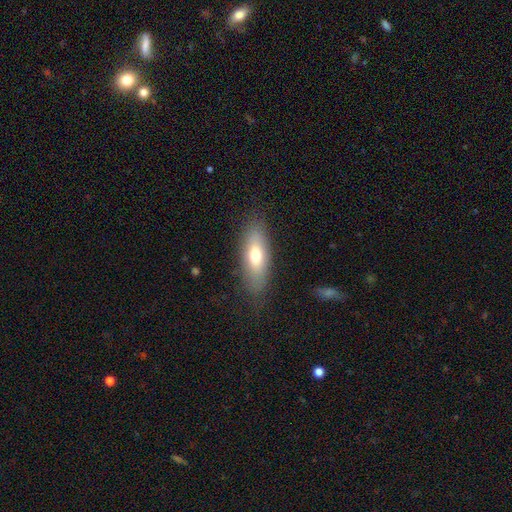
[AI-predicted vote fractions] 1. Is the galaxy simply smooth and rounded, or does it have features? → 68% smooth, 24% featured or disk, 7% star or artifact.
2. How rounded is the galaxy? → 69% in between, 28% cigar-shaped, 3% round.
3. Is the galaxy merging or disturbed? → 82% none, 13% minor disturbance, 4% major disturbance, 1% merger.